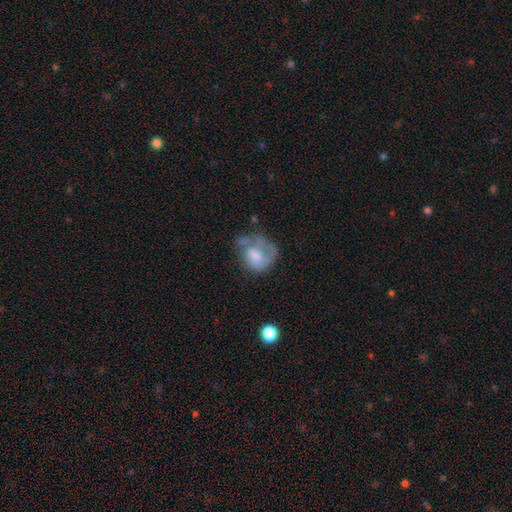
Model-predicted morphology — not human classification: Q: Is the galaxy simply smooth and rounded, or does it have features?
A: smooth — 52%.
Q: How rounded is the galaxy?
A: round — 59%.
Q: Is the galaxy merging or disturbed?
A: major disturbance — 34%, tied with none.